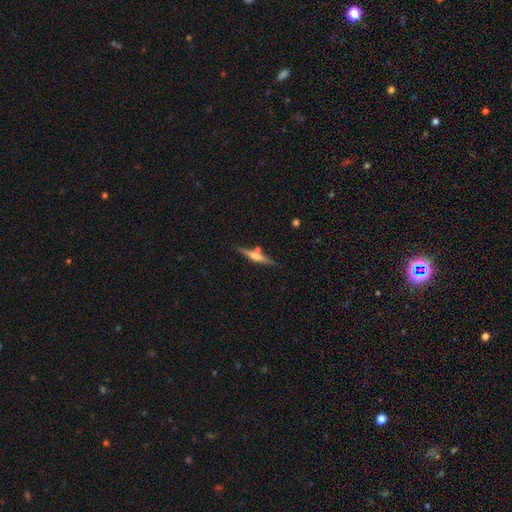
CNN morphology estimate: A featured or disk galaxy (61%) viewed edge-on (97%) with a rounded central bulge (80%).

Vote fractions:
- Smooth or featured? featured or disk: 61% / smooth: 32% / star or artifact: 7%
- Edge-on disk? yes: 97% / no: 3%
- Edge-on bulge? rounded: 80% / boxy: 11% / none: 9%
- Merging? none: 79% / minor disturbance: 10% / merger: 8% / major disturbance: 2%